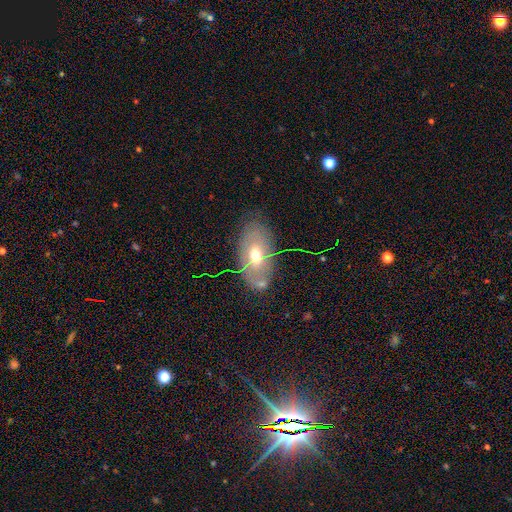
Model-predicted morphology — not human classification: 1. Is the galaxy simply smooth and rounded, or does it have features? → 50% smooth, 39% featured or disk, 10% star or artifact.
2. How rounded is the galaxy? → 91% in between, 6% round, 3% cigar-shaped.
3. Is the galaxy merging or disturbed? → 70% none, 19% minor disturbance, 6% major disturbance, 5% merger.